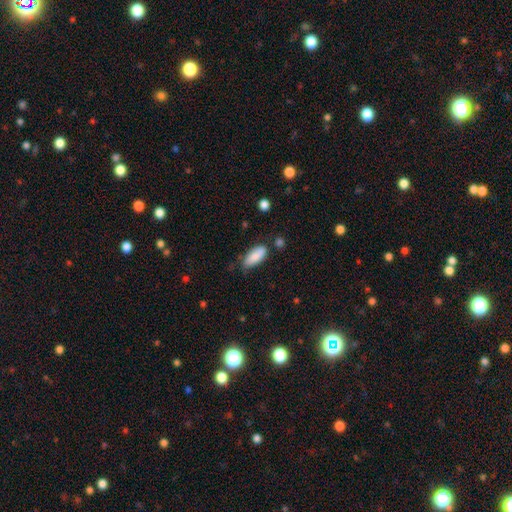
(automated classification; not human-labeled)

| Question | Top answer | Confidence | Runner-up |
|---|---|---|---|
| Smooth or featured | smooth | 85% | featured or disk (8%) |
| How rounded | in between | 79% | cigar-shaped (19%) |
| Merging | none | 68% | minor disturbance (23%) |